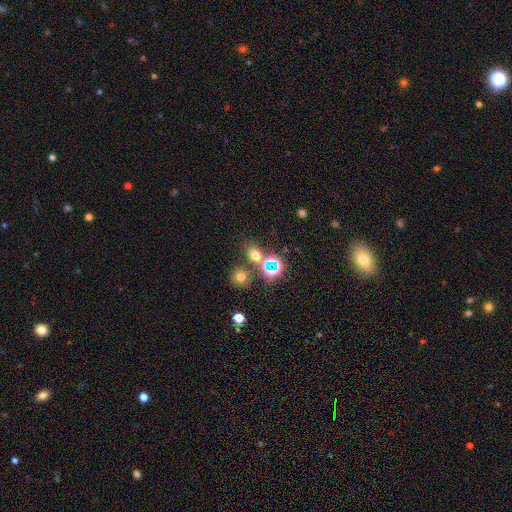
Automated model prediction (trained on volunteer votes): Smooth or featured? Predicted: smooth (p=0.58). How rounded? Predicted: round (p=0.56). Merging? Predicted: none (p=0.68).